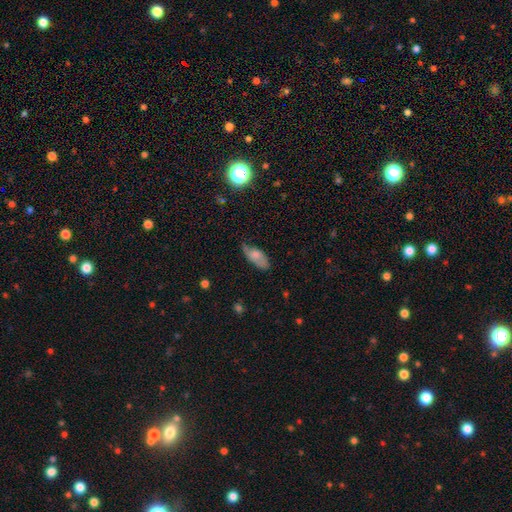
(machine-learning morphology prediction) smooth-or-featured: smooth: 69% | featured or disk: 24% | star or artifact: 7%
  how-rounded: in between: 82% | cigar-shaped: 15% | round: 3%
  merging: none: 53% | minor disturbance: 35% | major disturbance: 10% | merger: 2%